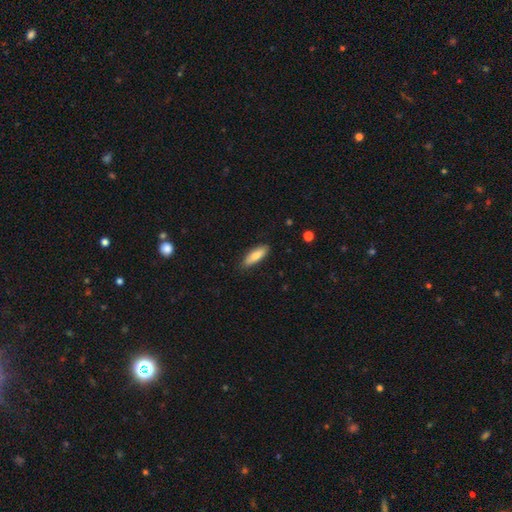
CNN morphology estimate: The model was most divided on "how rounded": in between: 57%, cigar-shaped: 41%, round: 2%. More confident: merging — none (84%); smooth or featured — smooth (81%).